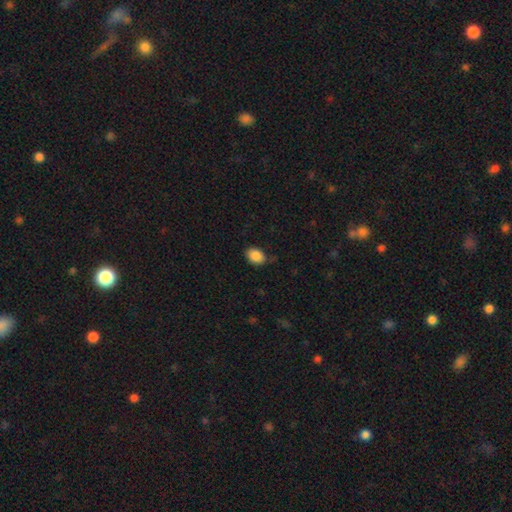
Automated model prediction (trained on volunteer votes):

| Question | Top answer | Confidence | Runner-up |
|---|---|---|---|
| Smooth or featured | smooth | 88% | star or artifact (8%) |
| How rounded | in between | 75% | round (24%) |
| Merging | none | 77% | minor disturbance (18%) |